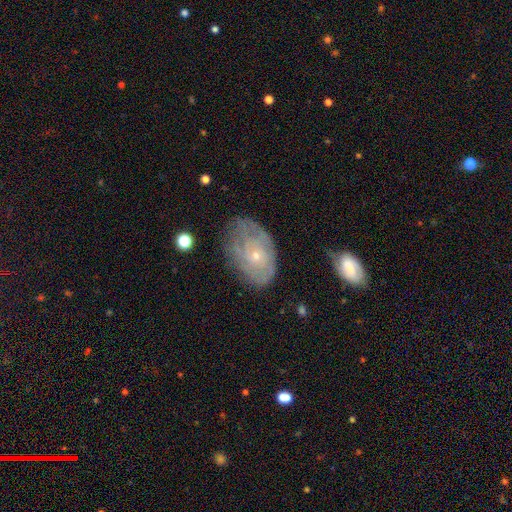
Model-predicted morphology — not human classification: type=featured or disk (61%); edge-on=no (95%); bar=no (86%); spiral arms=yes (69%); bulge=small (78%); merging=none (57%).